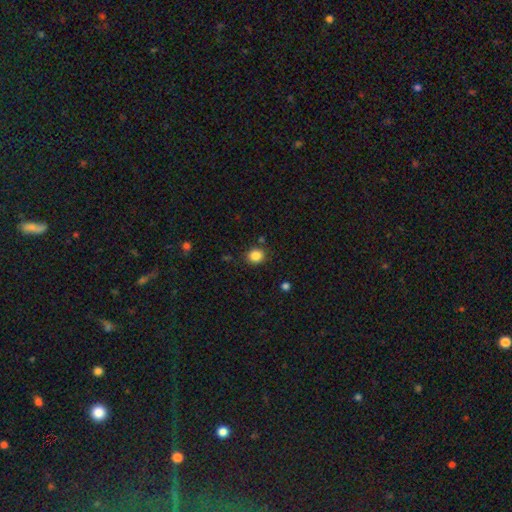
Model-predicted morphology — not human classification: Smooth or featured: smooth — 85% (star or artifact — 11%)
How rounded: round — 77% (in between — 23%)
Merging: none — 85% (minor disturbance — 9%)